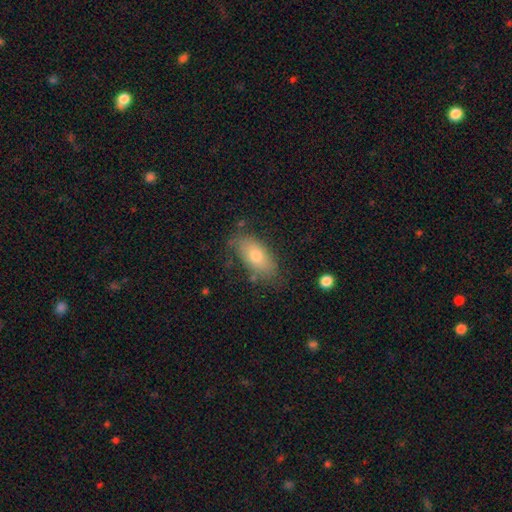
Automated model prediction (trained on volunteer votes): The model was most divided on "smooth or featured": smooth: 70%, featured or disk: 22%, star or artifact: 8%. More confident: how rounded — in between (89%); merging — none (71%).